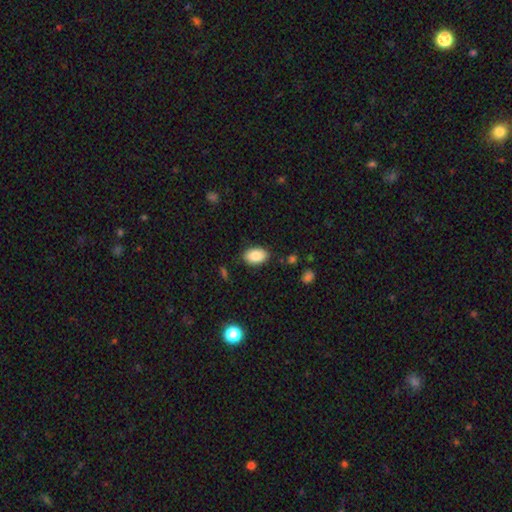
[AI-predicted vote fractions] The model was most divided on "merging": none: 85%, minor disturbance: 11%, major disturbance: 3%, merger: 1%. More confident: how rounded — in between (89%); smooth or featured — smooth (88%).